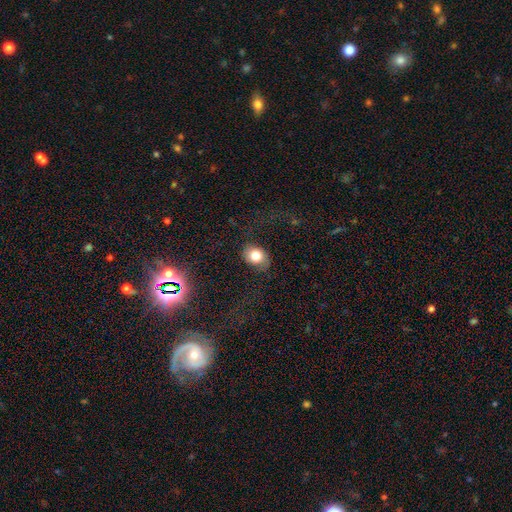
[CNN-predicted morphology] Smooth or featured?
  - smooth: 76% *
  - featured or disk: 15%
  - star or artifact: 9%
How rounded?
  - in between: 51% *
  - round: 48%
  - cigar-shaped: 1%
Merging?
  - none: 69% *
  - minor disturbance: 17%
  - major disturbance: 13%
  - merger: 2%